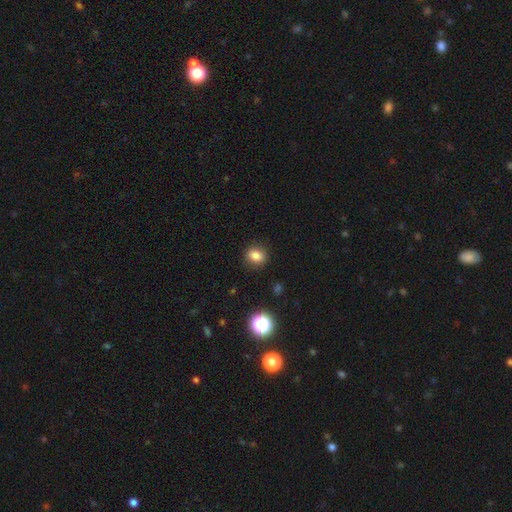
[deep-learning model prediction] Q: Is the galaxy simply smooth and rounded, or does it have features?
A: smooth — 82%.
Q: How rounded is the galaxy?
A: round — 56%.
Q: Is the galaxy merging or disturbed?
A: none — 87%.